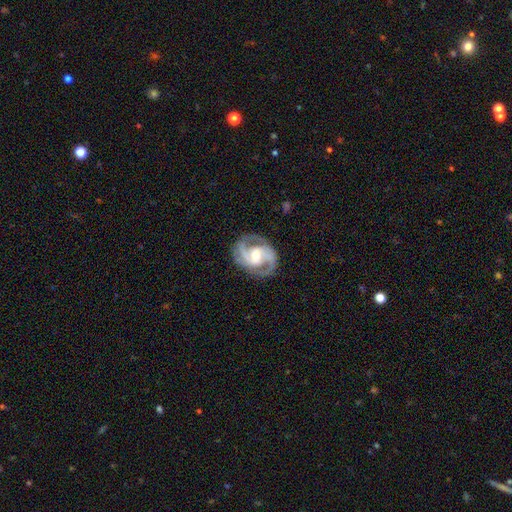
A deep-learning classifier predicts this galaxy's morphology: The model was most divided on "bar": weak: 46%, no: 32%, strong: 21%. More confident: edge-on disk — no (98%); spiral arms — yes (98%); smooth or featured — featured or disk (90%); merging — none (81%); spiral arm count — 2 (80%); bulge size — moderate (63%); spiral winding — medium (55%).